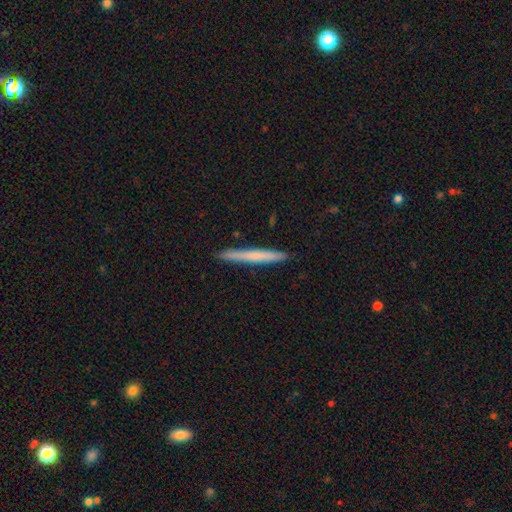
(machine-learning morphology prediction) type=smooth (61%); roundness=cigar-shaped (97%); merging=none (92%).